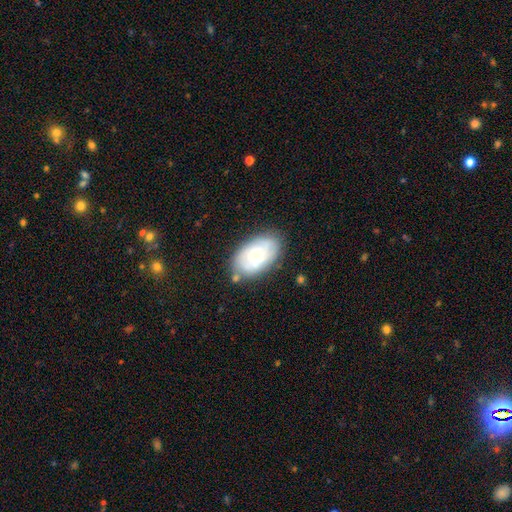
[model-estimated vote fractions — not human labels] featured or disk 48%, smooth 45%, star or artifact 7%. Down the decision tree: merging — none (71%).